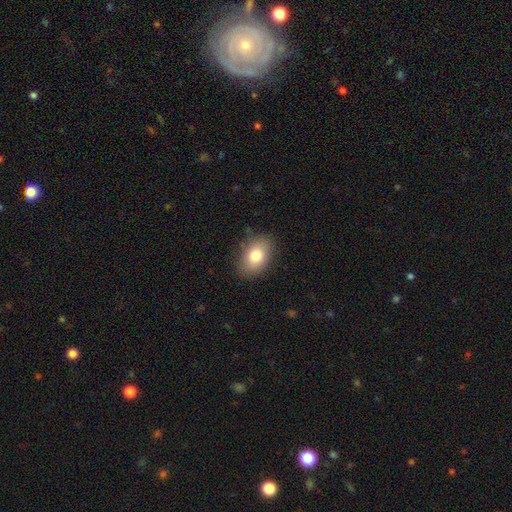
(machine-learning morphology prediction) A smooth galaxy with no disk features (81%) that is in between round and cigar-shaped (85%). Merging: none (84%).